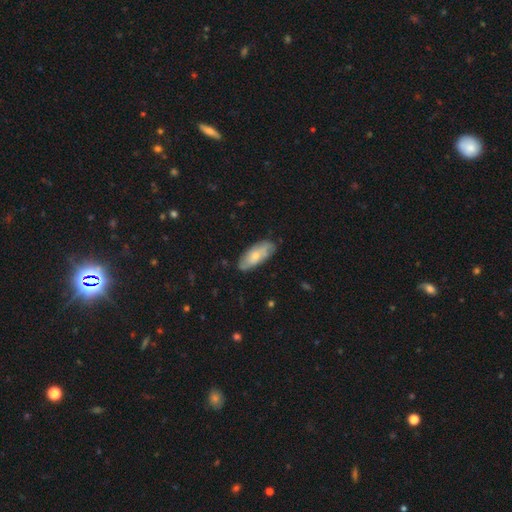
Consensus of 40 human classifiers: A smooth galaxy with no disk features (70%) that is in between round and cigar-shaped (86%).

Vote fractions:
- Smooth or featured? smooth: 70% / featured or disk: 25% / star or artifact: 5%
- How rounded? in between: 86% / round: 7% / cigar-shaped: 7%
- Merging? none: 68% / minor disturbance: 24% / merger: 5% / major disturbance: 3%